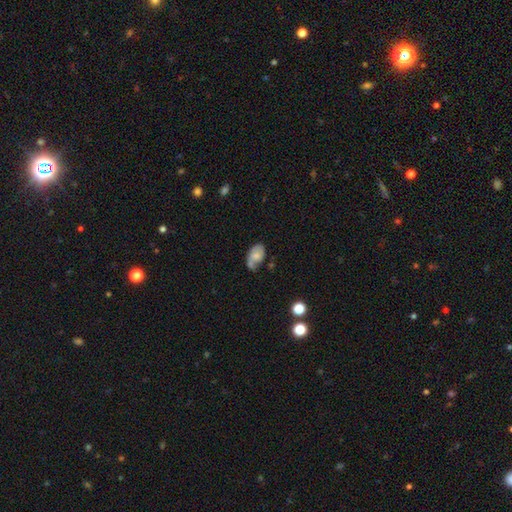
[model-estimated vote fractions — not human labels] This appears to be a smooth galaxy with no disk features (57%) that is in between round and cigar-shaped (89%). Merging: none (39%).